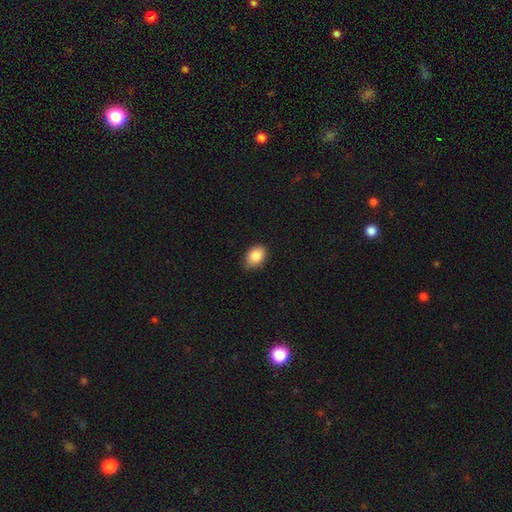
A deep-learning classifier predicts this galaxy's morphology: Smooth or featured?
  - smooth: 86% *
  - star or artifact: 8%
  - featured or disk: 6%
How rounded?
  - in between: 76% *
  - round: 22%
  - cigar-shaped: 1%
Merging?
  - none: 80% *
  - minor disturbance: 17%
  - major disturbance: 2%
  - merger: 1%